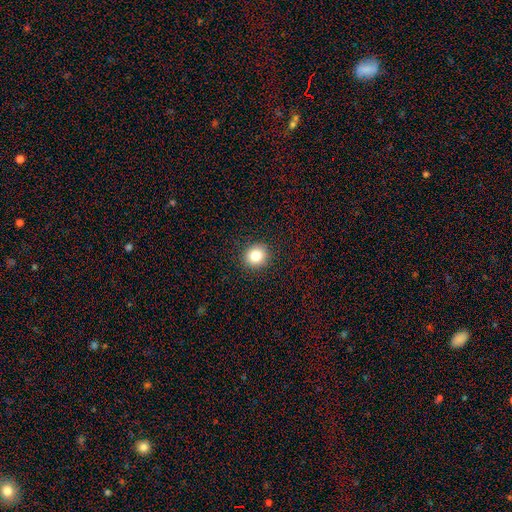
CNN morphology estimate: Smooth or featured?
  - smooth: 82% *
  - star or artifact: 11%
  - featured or disk: 7%
How rounded?
  - round: 82% *
  - in between: 17%
  - cigar-shaped: 1%
Merging?
  - none: 92% *
  - minor disturbance: 6%
  - major disturbance: 2%
  - merger: 1%